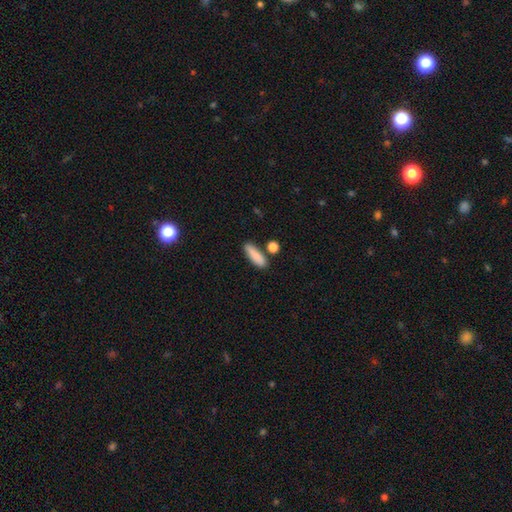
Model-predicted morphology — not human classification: Smooth or featured?
  - smooth: 86% *
  - star or artifact: 7%
  - featured or disk: 7%
How rounded?
  - cigar-shaped: 54% *
  - in between: 42%
  - round: 3%
Merging?
  - none: 76% *
  - minor disturbance: 12%
  - merger: 9%
  - major disturbance: 3%